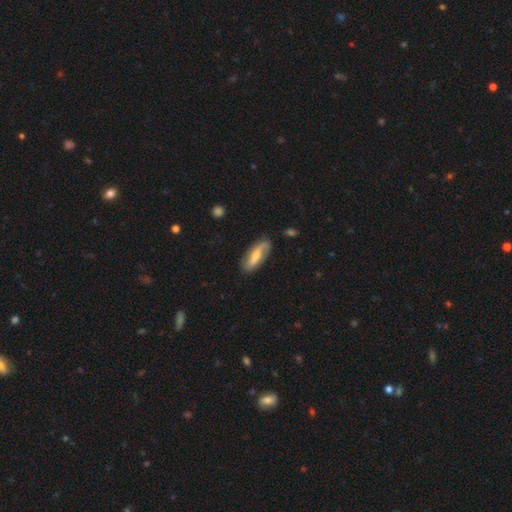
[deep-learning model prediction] Smooth or featured? Predicted: featured or disk (p=0.58). Edge-on disk? Predicted: no (p=0.81). Merging? Predicted: none (p=0.80).